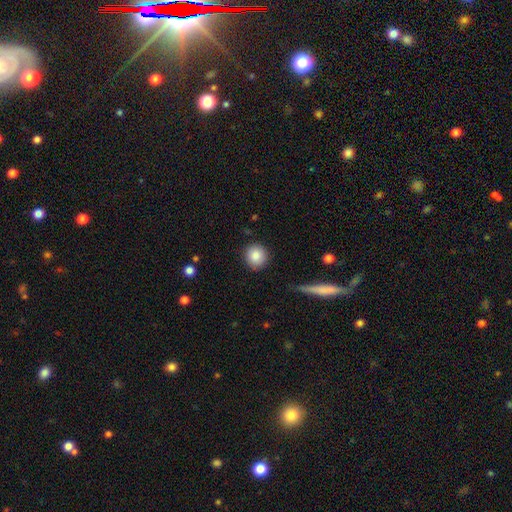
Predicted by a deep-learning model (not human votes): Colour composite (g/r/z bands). It shows a smooth galaxy with no disk features (87%) that is round (92%). Merging: none (89%).